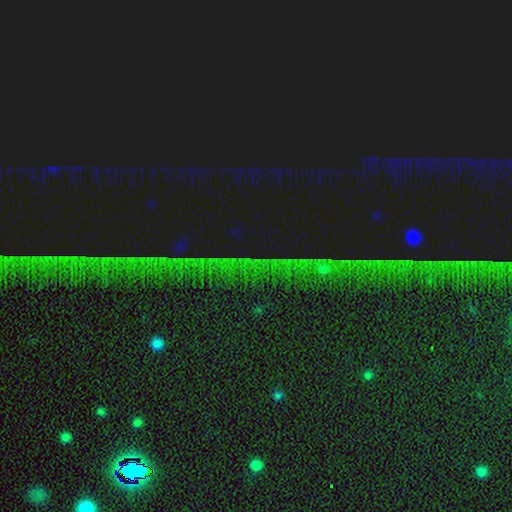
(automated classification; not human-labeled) smooth-or-featured: star or artifact: 81% | smooth: 9% | featured or disk: 9%